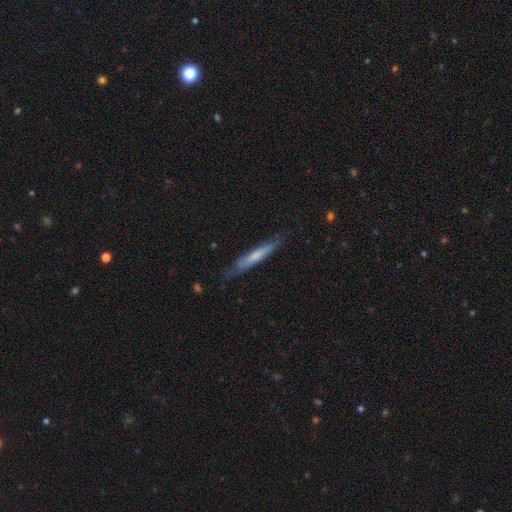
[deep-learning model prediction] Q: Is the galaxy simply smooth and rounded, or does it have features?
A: smooth — 55%.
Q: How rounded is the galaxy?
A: cigar-shaped — 94%.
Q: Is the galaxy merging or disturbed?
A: none — 74%.